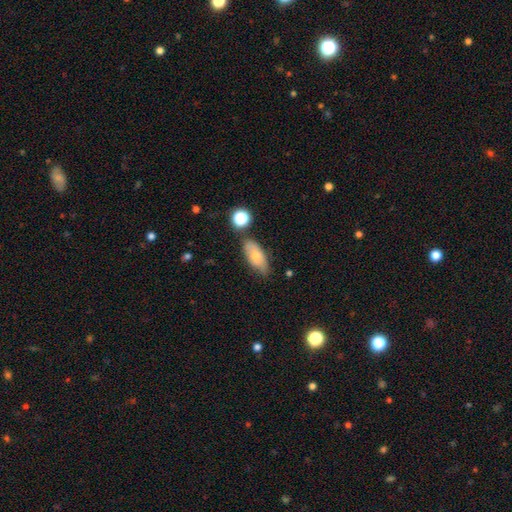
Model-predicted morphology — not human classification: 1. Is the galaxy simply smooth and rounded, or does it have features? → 71% smooth, 21% featured or disk, 8% star or artifact.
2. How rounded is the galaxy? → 83% in between, 13% cigar-shaped, 4% round.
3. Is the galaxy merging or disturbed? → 67% none, 22% minor disturbance, 6% merger, 5% major disturbance.